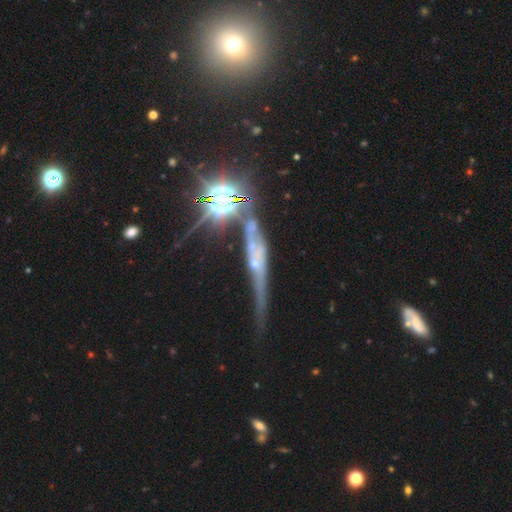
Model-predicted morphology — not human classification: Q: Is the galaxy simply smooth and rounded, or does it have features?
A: featured or disk — 58%.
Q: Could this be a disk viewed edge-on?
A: yes — 82%.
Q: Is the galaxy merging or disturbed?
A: none — 55%.